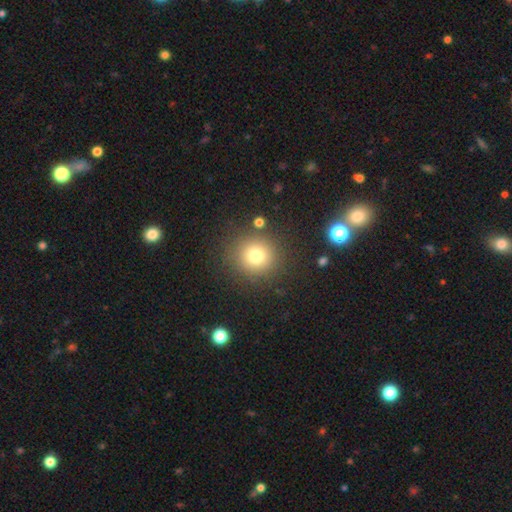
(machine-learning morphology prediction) This appears to be a smooth galaxy with no disk features (76%) that is round (92%). Merging: none (86%).